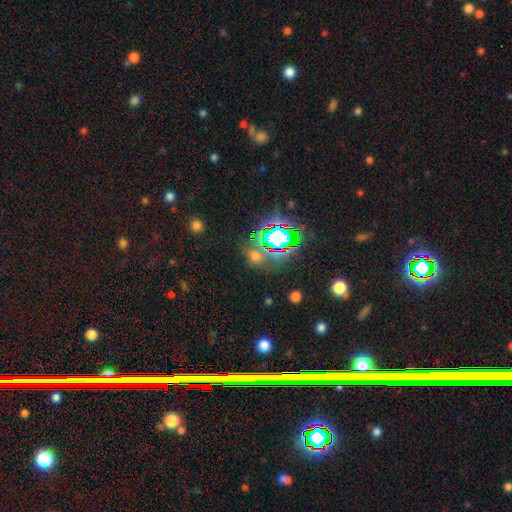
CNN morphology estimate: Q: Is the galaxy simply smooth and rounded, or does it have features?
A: star or artifact — 51%.